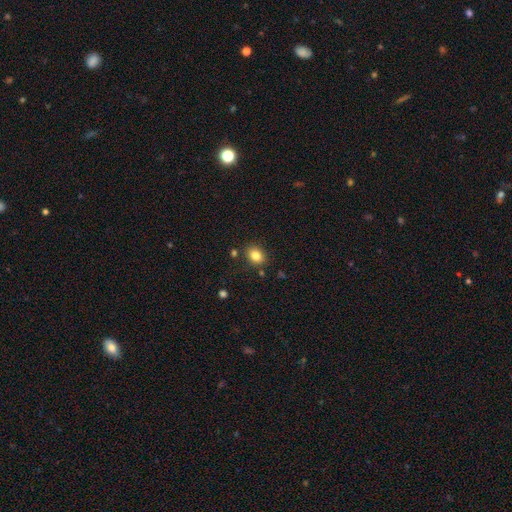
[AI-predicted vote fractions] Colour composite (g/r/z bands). It shows a smooth galaxy with no disk features (83%) that is in between round and cigar-shaped (56%). Merging: none (83%).